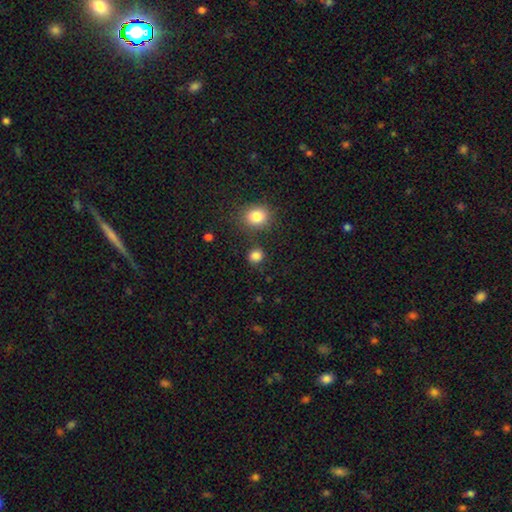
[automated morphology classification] type=smooth (84%); roundness=round (81%); merging=none (81%).